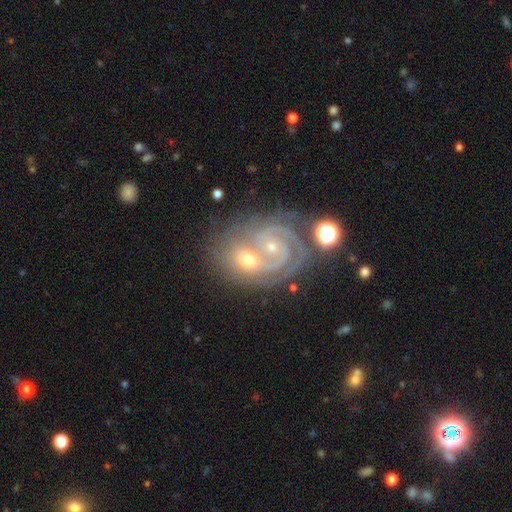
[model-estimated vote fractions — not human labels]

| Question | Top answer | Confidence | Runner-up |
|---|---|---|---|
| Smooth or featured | featured or disk | 85% | star or artifact (8%) |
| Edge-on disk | no | 97% | yes (3%) |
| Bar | no | 66% | weak (25%) |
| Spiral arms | yes | 97% | no (3%) |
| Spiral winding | tight | 73% | medium (23%) |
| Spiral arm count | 2 | 44% | 3 (22%) |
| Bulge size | small | 64% | moderate (31%) |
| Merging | merger | 42% | none (41%) |